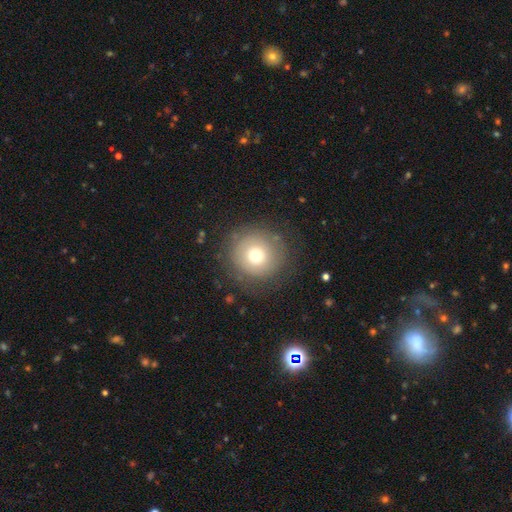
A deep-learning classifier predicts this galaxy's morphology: Overall: smooth (70%). How rounded: round (95%). Merging: none (81%).